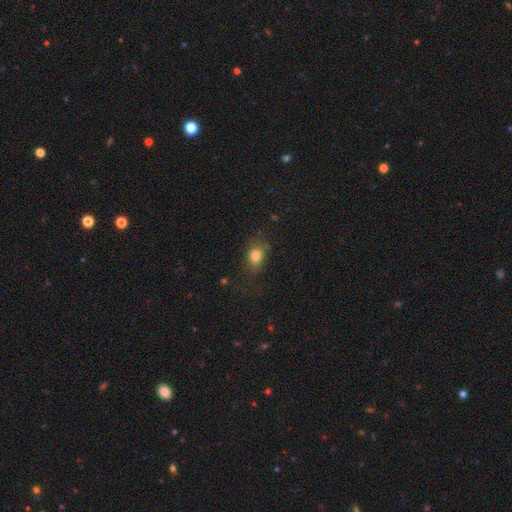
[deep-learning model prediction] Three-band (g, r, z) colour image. It shows a smooth galaxy with no disk features (79%) that is in between round and cigar-shaped (63%). Merging: none (62%).